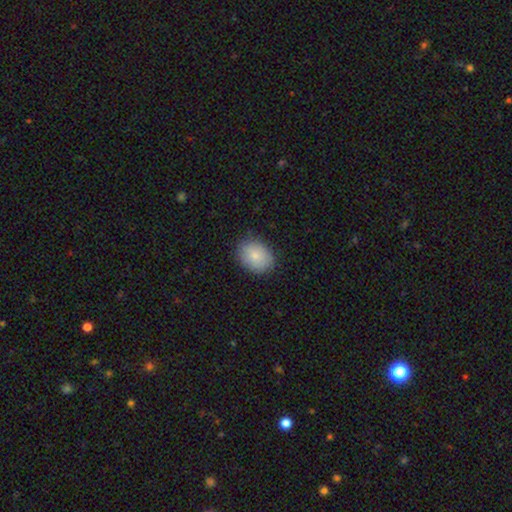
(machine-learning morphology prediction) Smooth or featured? smooth (83%)
How rounded? in between (58%)
Merging? none (83%)